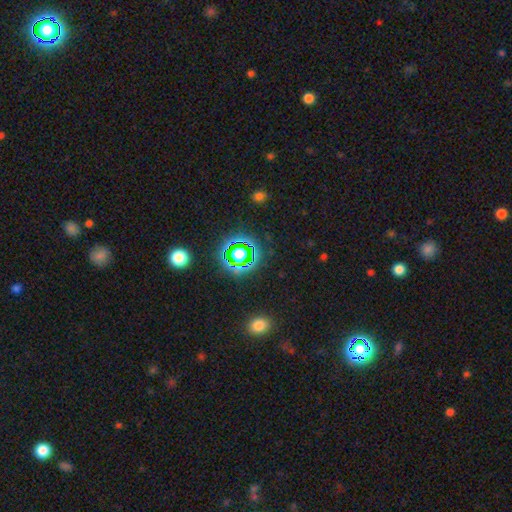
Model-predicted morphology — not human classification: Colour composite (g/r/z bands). It shows a star or artifact, not a galaxy (73%).